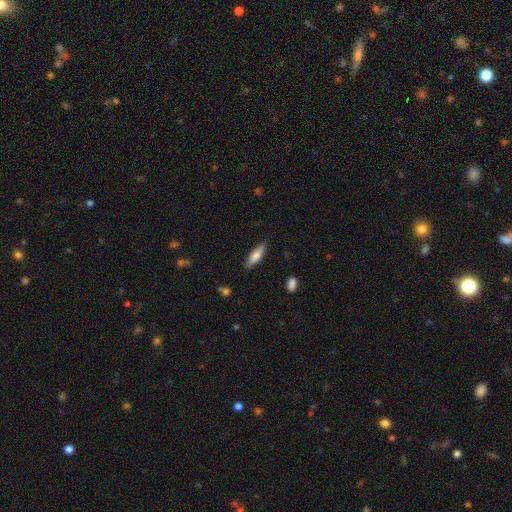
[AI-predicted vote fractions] Smooth or featured?
  - smooth: 70% *
  - featured or disk: 24%
  - star or artifact: 6%
How rounded?
  - cigar-shaped: 59% *
  - in between: 40%
  - round: 2%
Merging?
  - none: 86% *
  - minor disturbance: 10%
  - major disturbance: 2%
  - merger: 1%